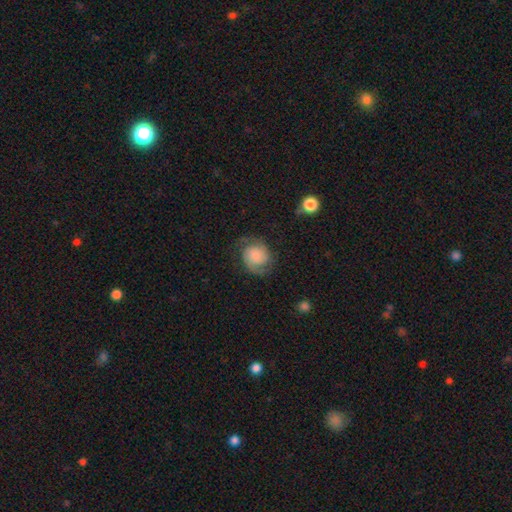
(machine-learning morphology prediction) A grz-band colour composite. It shows a featured or disk galaxy (66%) with no bar (72%), 2 (90%) medium (45%) spiral arms (94%) and no central bulge (31%). Merging: none (73%).